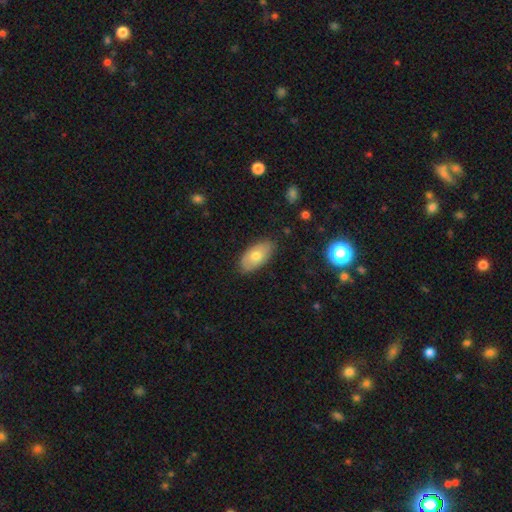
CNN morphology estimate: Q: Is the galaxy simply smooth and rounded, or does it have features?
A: smooth — 71%.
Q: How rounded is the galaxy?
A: in between — 94%.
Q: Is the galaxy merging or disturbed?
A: none — 82%.